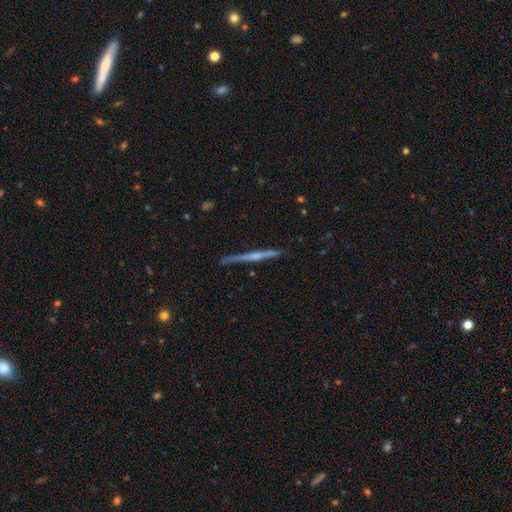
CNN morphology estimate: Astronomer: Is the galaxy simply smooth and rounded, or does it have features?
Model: featured or disk — 65%.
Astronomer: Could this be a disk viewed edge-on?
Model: yes — 98%.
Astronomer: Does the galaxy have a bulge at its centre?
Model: none — 50% (runner-up: rounded, 39%).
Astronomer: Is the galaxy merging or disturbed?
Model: none — 87%.